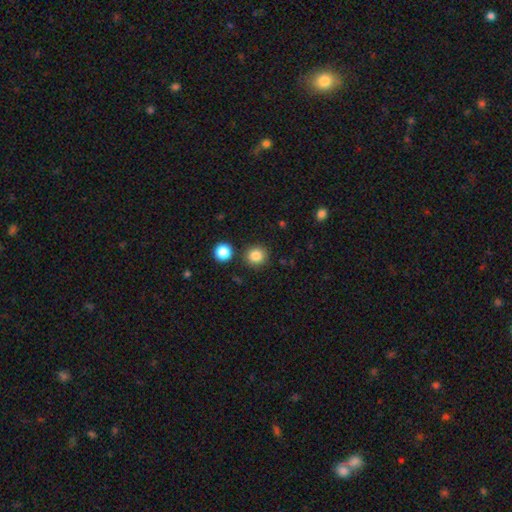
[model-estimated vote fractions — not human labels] Smooth or featured? Predicted: smooth (p=0.85). How rounded? Predicted: round (p=0.93). Merging? Predicted: none (p=0.88).